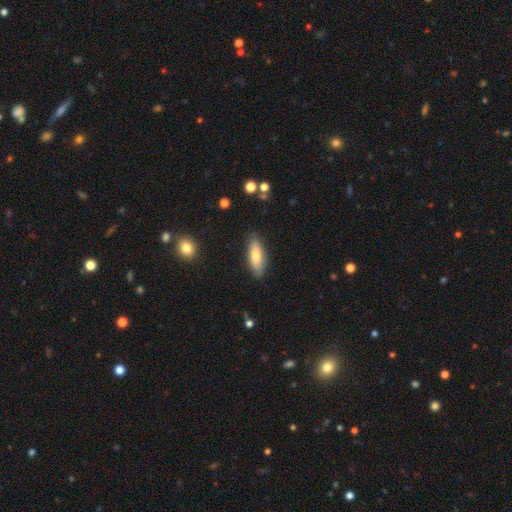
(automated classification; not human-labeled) Smooth or featured? Predicted: smooth (p=0.76). How rounded? Predicted: in between (p=0.68). Merging? Predicted: none (p=0.83).